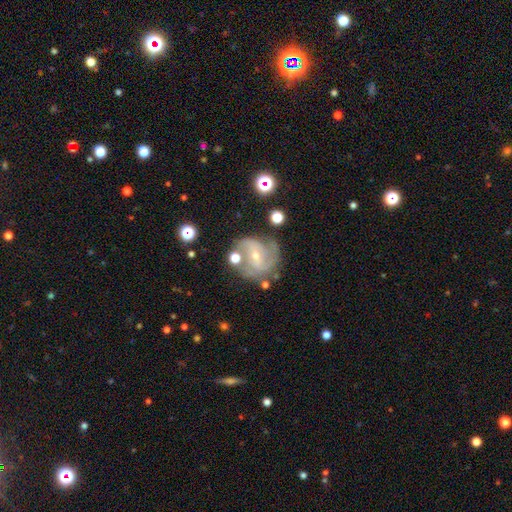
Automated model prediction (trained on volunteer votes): A featured or disk galaxy (82%) with a weak bar (44%), 2 (57%) medium (45%) spiral arms (93%) and a small central bulge (71%).

Vote fractions:
- Smooth or featured? featured or disk: 82% / smooth: 10% / star or artifact: 9%
- Edge-on disk? no: 97% / yes: 3%
- Bar? weak: 44% / no: 29% / strong: 27%
- Spiral arms? yes: 93% / no: 7%
- Spiral winding? medium: 45% / tight: 38% / loose: 16%
- Spiral arm count? 2: 57% / can't tell: 17% / 3: 15% / 1: 4% / 4: 4% / more than 4: 3%
- Bulge size? small: 71% / moderate: 25% / none: 2% / large: 1% / dominant: 1%
- Merging? none: 66% / minor disturbance: 18% / major disturbance: 9% / merger: 7%